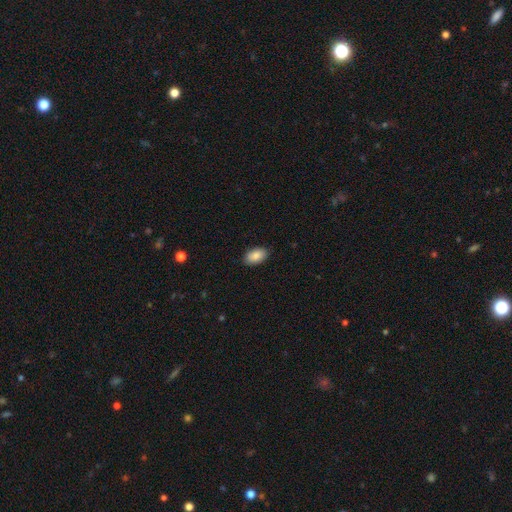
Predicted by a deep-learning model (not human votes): A smooth galaxy with no disk features (87%) that is in between round and cigar-shaped (94%). Merging: none (88%).